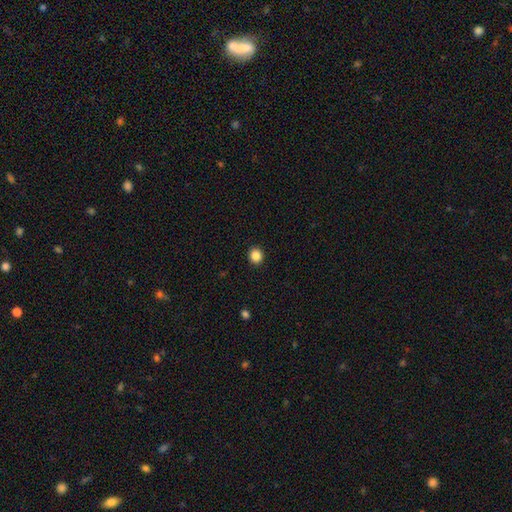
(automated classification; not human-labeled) smooth-or-featured: smooth: 86% | star or artifact: 10% | featured or disk: 3%
  how-rounded: round: 86% | in between: 13% | cigar-shaped: 1%
  merging: none: 93% | minor disturbance: 5% | major disturbance: 2% | merger: 1%